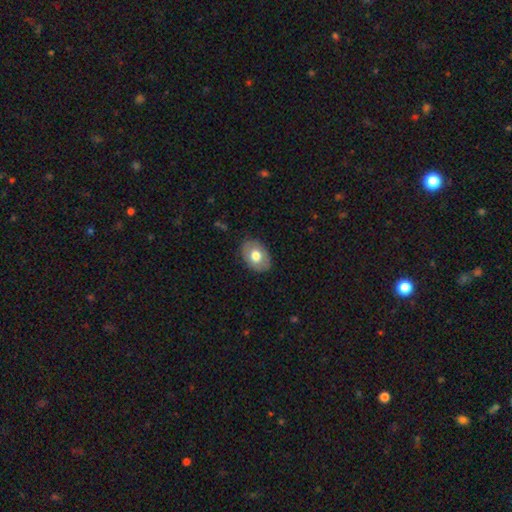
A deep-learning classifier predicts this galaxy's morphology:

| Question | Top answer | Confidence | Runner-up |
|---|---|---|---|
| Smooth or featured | smooth | 65% | featured or disk (29%) |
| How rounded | in between | 79% | round (20%) |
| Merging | none | 85% | minor disturbance (11%) |